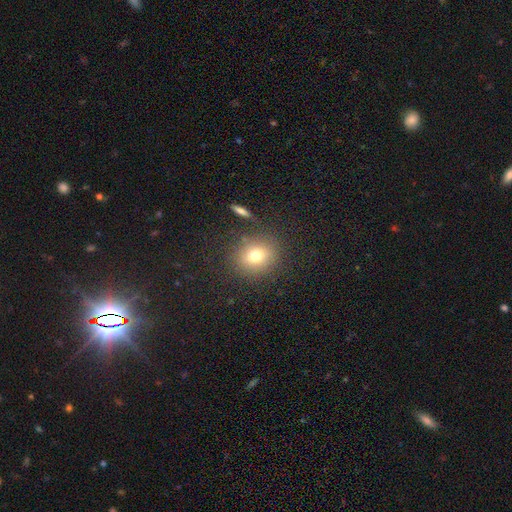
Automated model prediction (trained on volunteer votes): smooth-or-featured: smooth: 73% | star or artifact: 15% | featured or disk: 12%
  how-rounded: round: 75% | in between: 24% | cigar-shaped: 1%
  merging: none: 83% | minor disturbance: 9% | major disturbance: 4% | merger: 3%